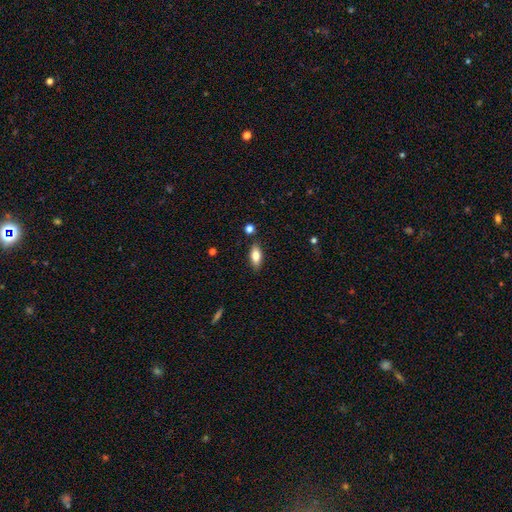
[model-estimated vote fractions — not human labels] This is likely a smooth galaxy (77%). How rounded: clearly in between (82%). Merging: clearly none (85%).